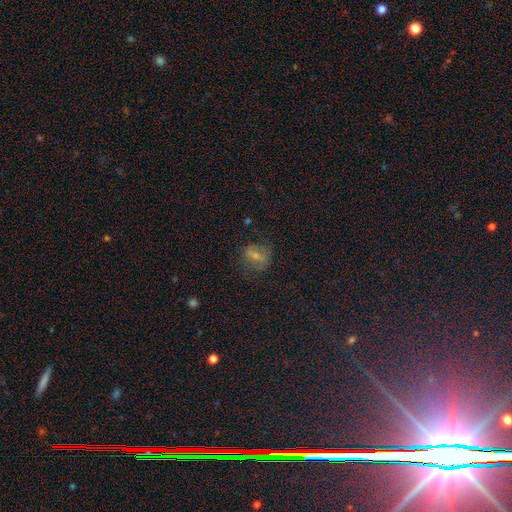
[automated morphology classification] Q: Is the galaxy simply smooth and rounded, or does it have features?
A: smooth — 54%.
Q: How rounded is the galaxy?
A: round — 62%.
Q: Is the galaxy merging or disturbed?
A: none — 65%.